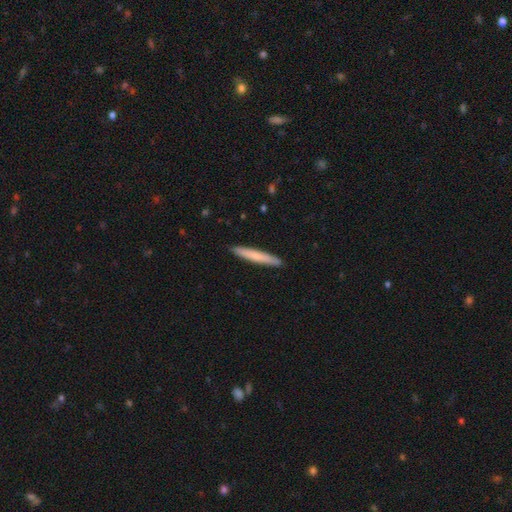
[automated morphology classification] A smooth galaxy with no disk features (71%) that is cigar-shaped (96%).

Vote fractions:
- Smooth or featured? smooth: 71% / featured or disk: 24% / star or artifact: 5%
- How rounded? cigar-shaped: 96% / in between: 3% / round: 1%
- Merging? none: 92% / minor disturbance: 6% / major disturbance: 1% / merger: 1%